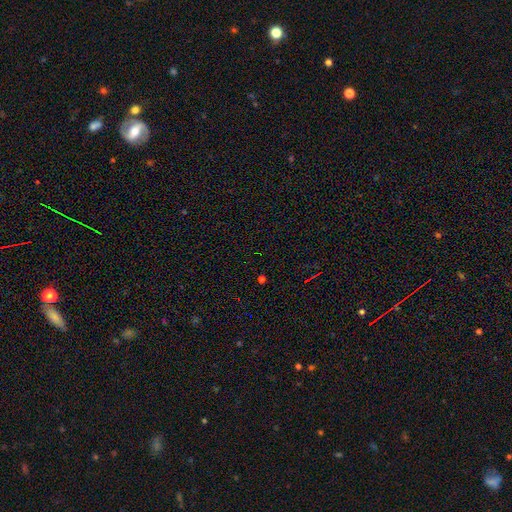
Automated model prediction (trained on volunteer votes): star or artifact 67%, smooth 26%, featured or disk 7%.